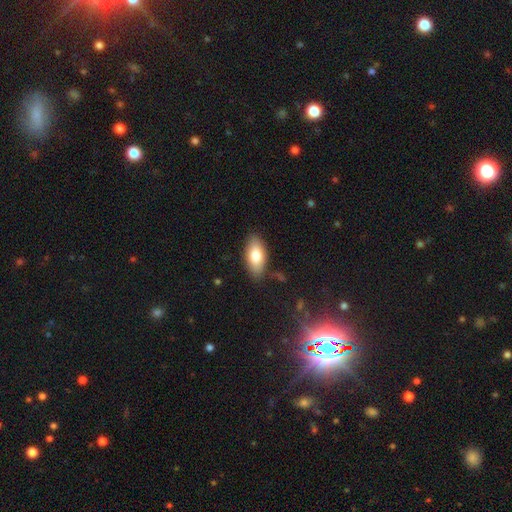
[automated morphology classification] smooth 78%, featured or disk 15%, star or artifact 7%. Down the decision tree: how rounded — in between (89%); merging — none (84%).